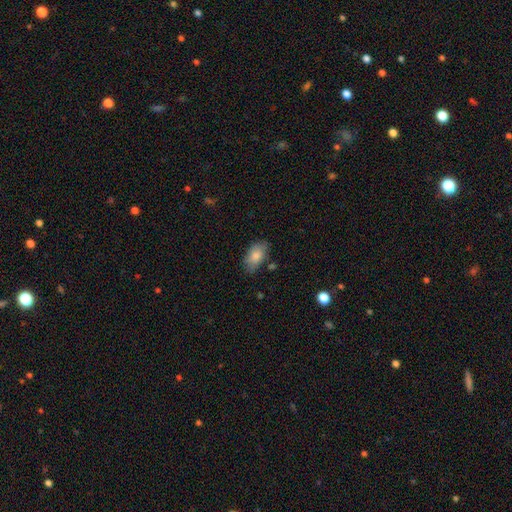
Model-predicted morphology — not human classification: Smooth or featured? smooth (82%)
How rounded? in between (92%)
Merging? none (72%)